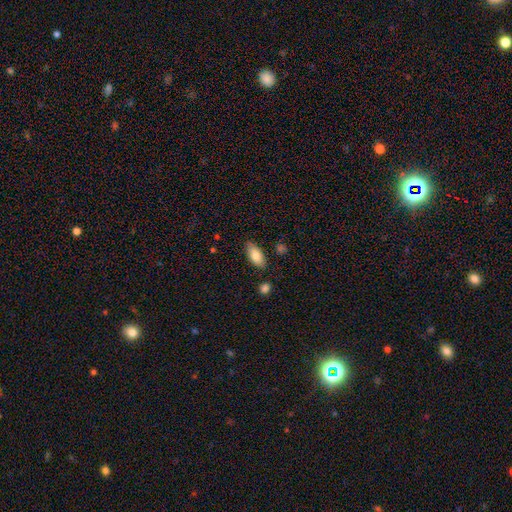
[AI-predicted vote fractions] smooth-or-featured: smooth: 82% | featured or disk: 12% | star or artifact: 7%
  how-rounded: in between: 86% | cigar-shaped: 12% | round: 2%
  merging: none: 82% | minor disturbance: 13% | merger: 3% | major disturbance: 3%